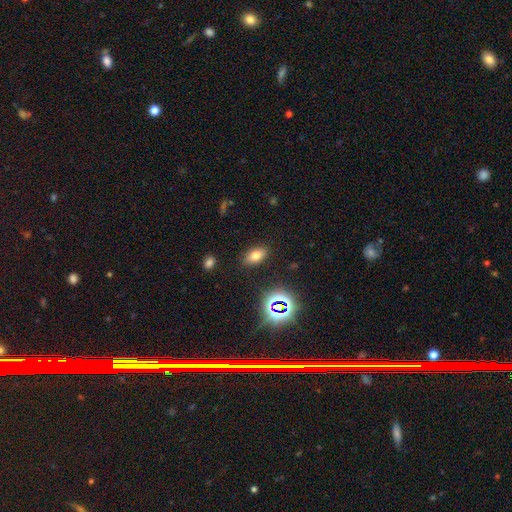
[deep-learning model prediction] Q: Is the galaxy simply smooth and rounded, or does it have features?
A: smooth — 69%.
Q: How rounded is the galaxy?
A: in between — 87%.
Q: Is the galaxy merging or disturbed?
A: none — 86%.